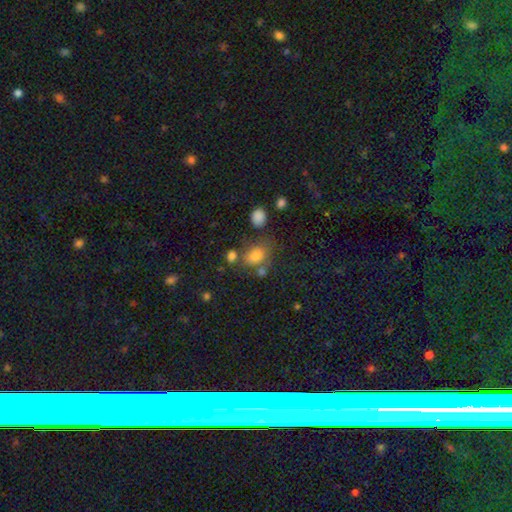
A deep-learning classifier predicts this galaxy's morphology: smooth-or-featured: smooth: 78% | star or artifact: 13% | featured or disk: 9%
  how-rounded: in between: 67% | round: 31% | cigar-shaped: 1%
  merging: none: 61% | minor disturbance: 17% | merger: 15% | major disturbance: 7%